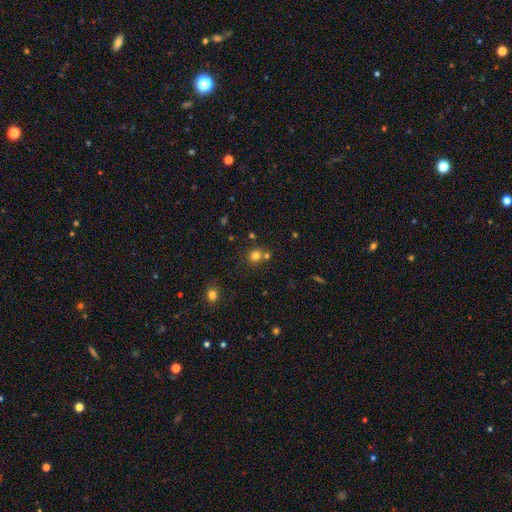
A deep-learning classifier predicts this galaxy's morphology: Smooth or featured? smooth (76%)
How rounded? round (87%)
Merging? none (67%)